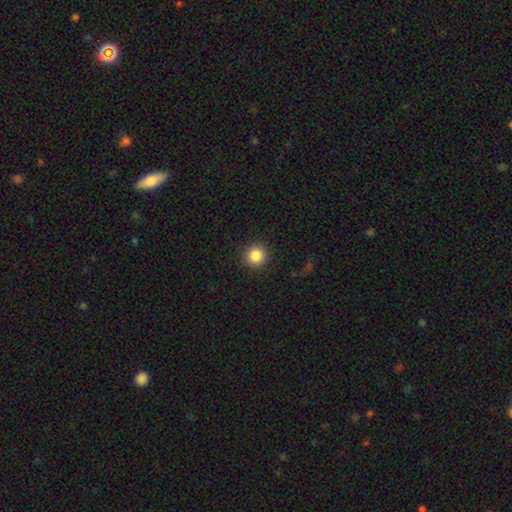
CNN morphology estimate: Overall: smooth (86%). How rounded: round (95%). Merging: none (90%).